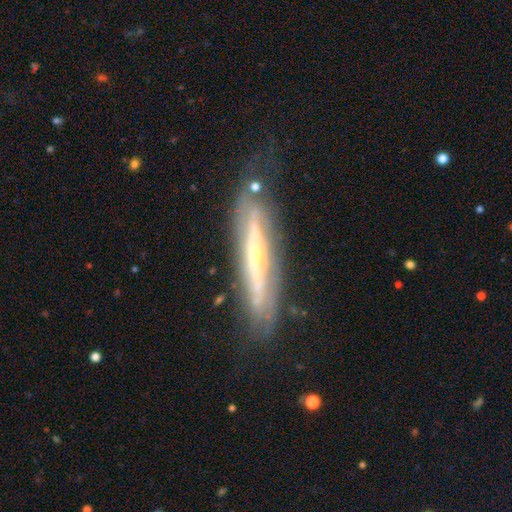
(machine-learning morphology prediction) Smooth or featured? featured or disk (79%)
Edge-on disk? yes (64%)
Edge-on bulge? rounded (67%)
Merging? none (70%)